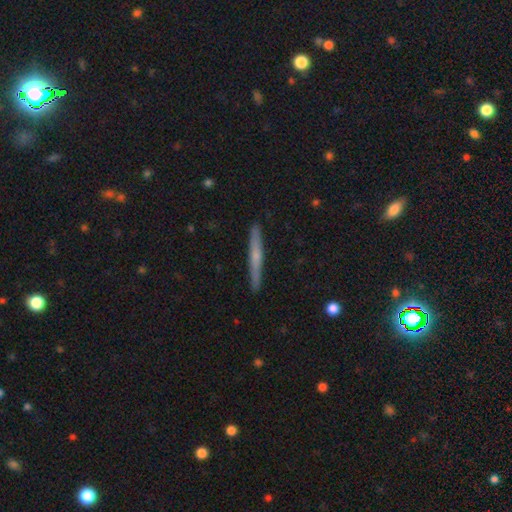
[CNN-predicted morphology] The model was most divided on "smooth or featured": featured or disk: 52%, smooth: 43%, star or artifact: 6%. More confident: edge-on disk — yes (97%); merging — none (91%).